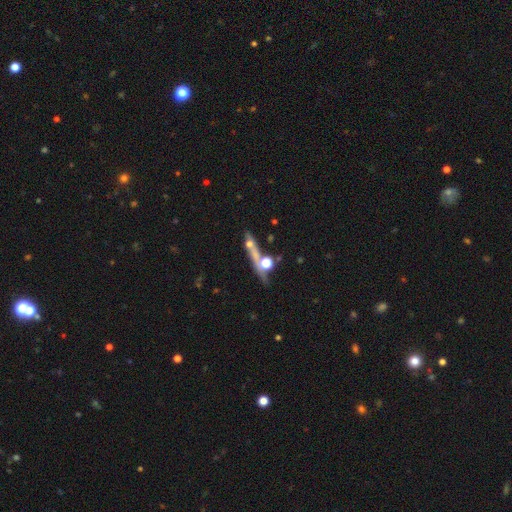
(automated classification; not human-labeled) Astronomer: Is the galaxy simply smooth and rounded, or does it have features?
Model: featured or disk — 47% (runner-up: smooth, 36%).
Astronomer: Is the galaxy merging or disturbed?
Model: none — 49% (runner-up: merger, 27%).